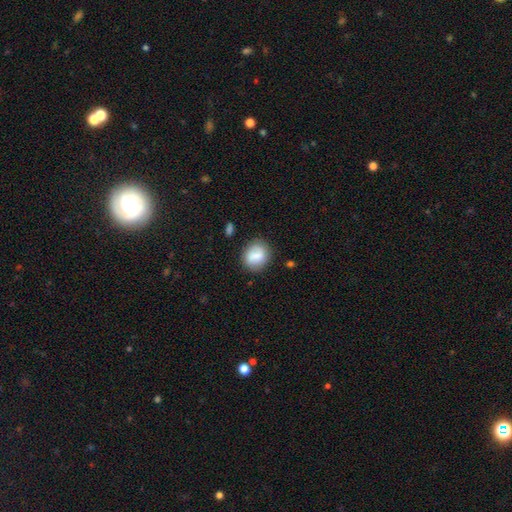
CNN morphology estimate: smooth_or_featured: smooth (p=0.76) [alt: featured or disk p=0.16]
how_rounded: round (p=0.65) [alt: in between p=0.34]
merging: none (p=0.77) [alt: minor disturbance p=0.15]